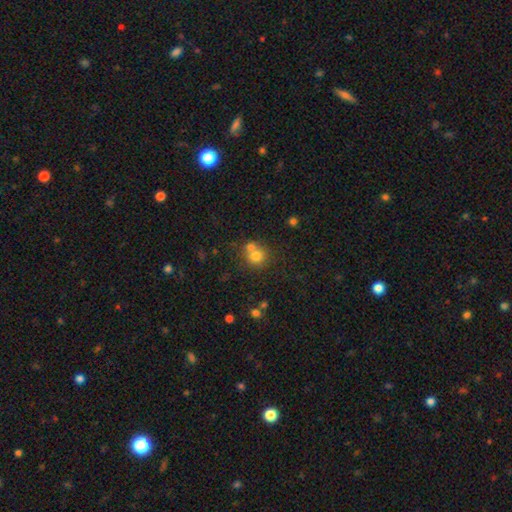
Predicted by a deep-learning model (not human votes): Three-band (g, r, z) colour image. It shows a smooth galaxy with no disk features (73%) that is round (85%). Merging: none (46%).